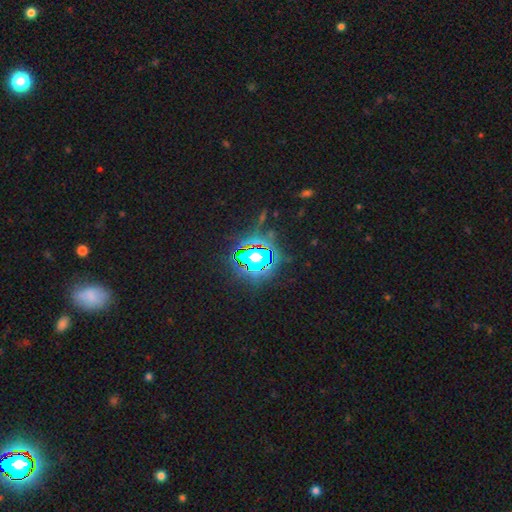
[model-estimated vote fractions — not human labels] Q: Smooth or featured?
A: star or artifact (83%); runner-up: smooth (10%)